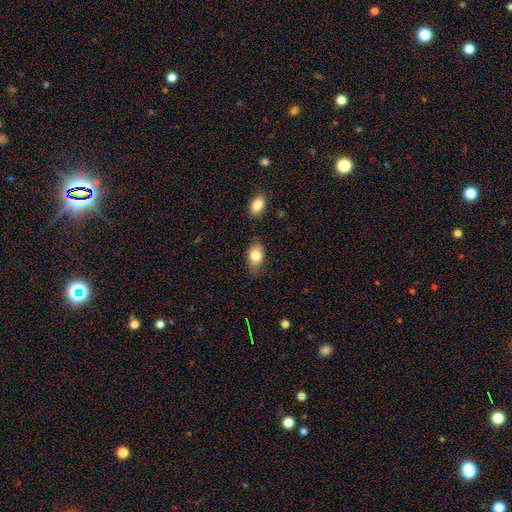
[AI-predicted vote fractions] This appears to be a smooth galaxy with no disk features (80%) that is in between round and cigar-shaped (84%). Merging: none (68%).